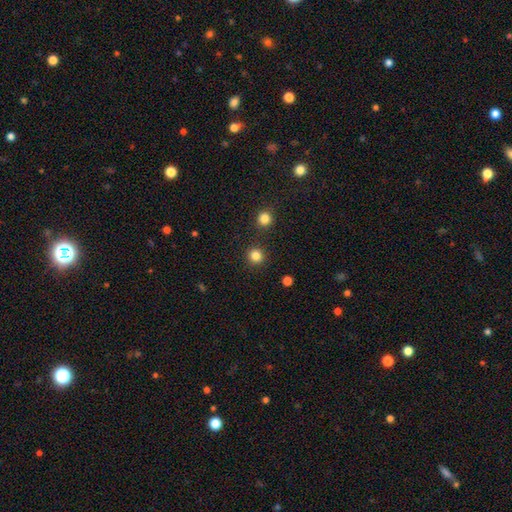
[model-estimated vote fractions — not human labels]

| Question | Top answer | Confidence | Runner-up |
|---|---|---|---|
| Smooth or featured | smooth | 84% | star or artifact (13%) |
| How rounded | round | 93% | in between (6%) |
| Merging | none | 90% | minor disturbance (5%) |